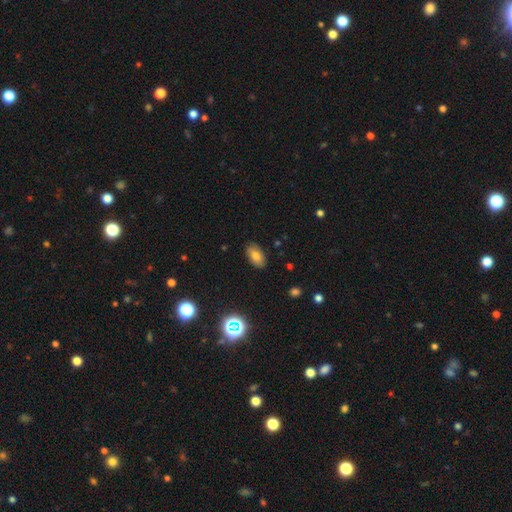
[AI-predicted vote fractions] Smooth or featured? smooth (76%)
How rounded? in between (92%)
Merging? none (87%)